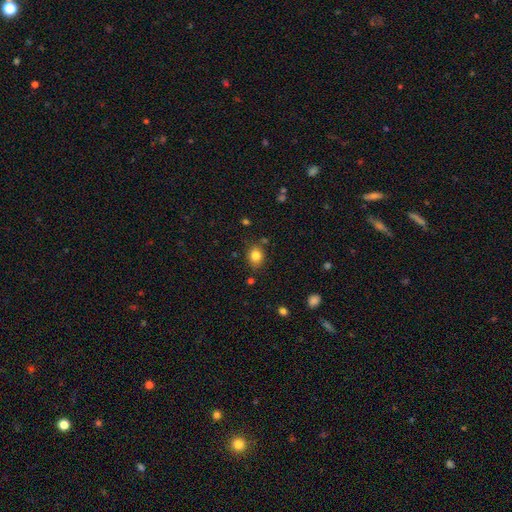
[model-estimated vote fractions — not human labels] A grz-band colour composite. It shows a smooth galaxy with no disk features (83%) that is round (55%). Merging: none (80%).